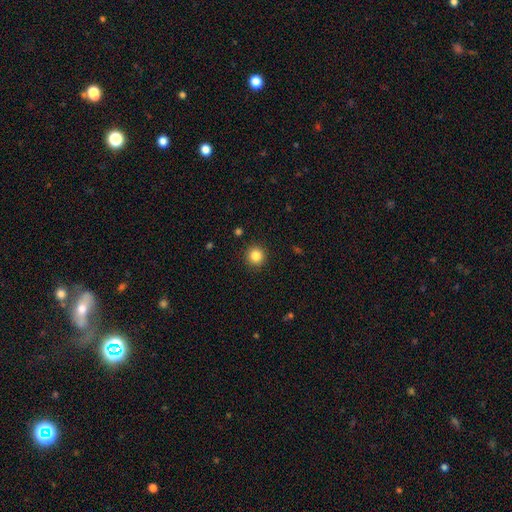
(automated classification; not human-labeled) This appears to be a smooth galaxy with no disk features (85%) that is round (94%). Merging: none (92%).